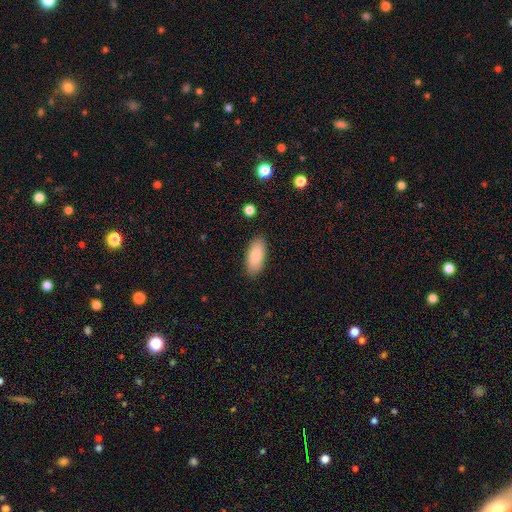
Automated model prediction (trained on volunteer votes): Smooth or featured? Predicted: smooth (p=0.87). How rounded? Predicted: in between (p=0.88). Merging? Predicted: none (p=0.87).